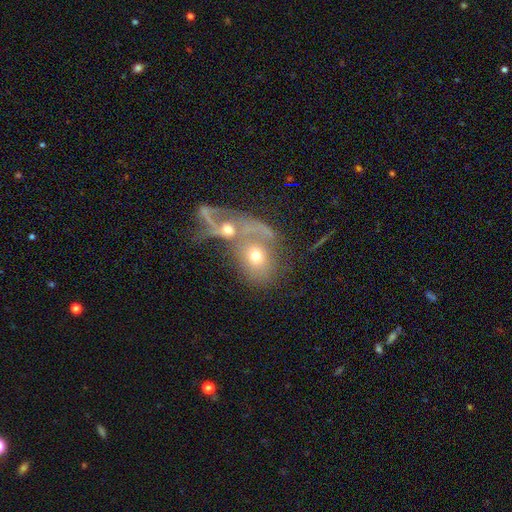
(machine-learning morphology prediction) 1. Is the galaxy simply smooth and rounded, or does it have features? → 44% featured or disk (tied), 44% smooth (tied), 12% star or artifact.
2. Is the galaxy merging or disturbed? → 63% merger, 18% none, 11% major disturbance, 8% minor disturbance.